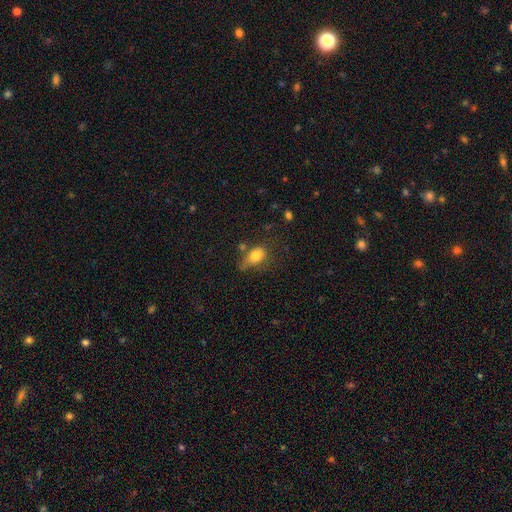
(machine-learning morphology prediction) A smooth galaxy with no disk features (80%) that is in between round and cigar-shaped (82%). Merging: none (40%).